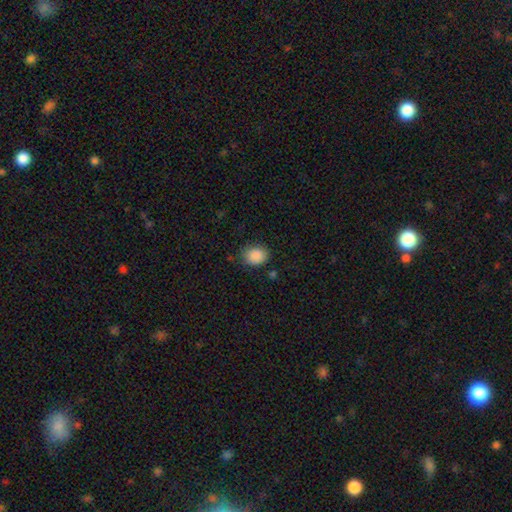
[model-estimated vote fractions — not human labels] smooth_or_featured: smooth (p=0.88) [alt: star or artifact p=0.08]
how_rounded: round (p=0.57) [alt: in between p=0.42]
merging: none (p=0.78) [alt: minor disturbance p=0.16]